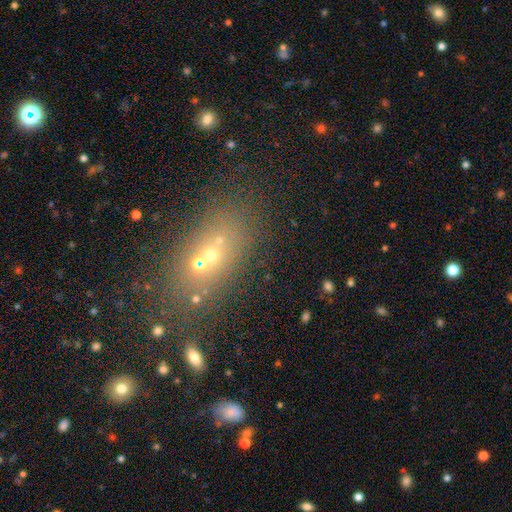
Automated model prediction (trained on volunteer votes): This is marginally a smooth galaxy (43%). Merging: possibly none (46%).